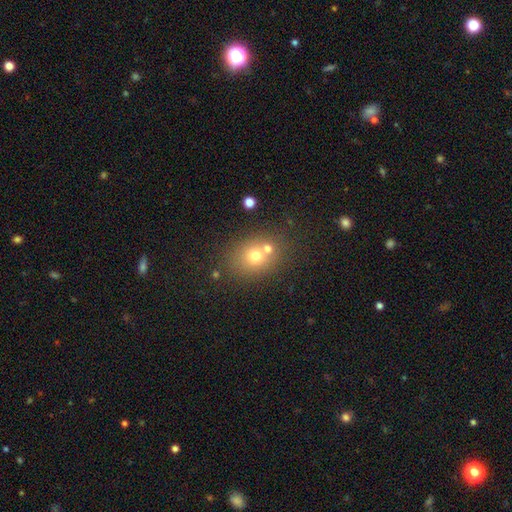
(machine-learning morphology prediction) This is likely a smooth galaxy (67%). How rounded: likely round (63%). Merging: possibly none (57%).